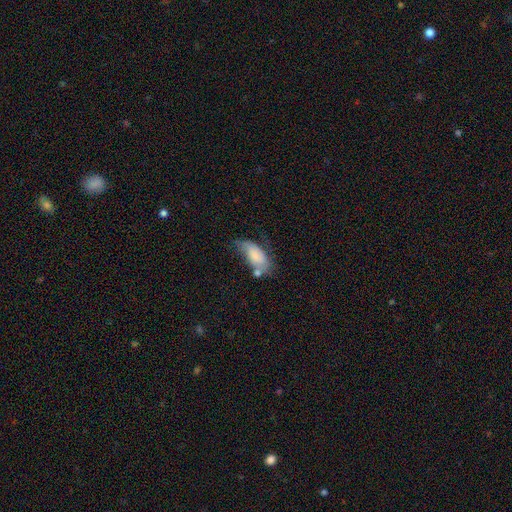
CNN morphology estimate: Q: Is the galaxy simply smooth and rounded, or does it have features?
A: smooth — 71%.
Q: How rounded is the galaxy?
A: in between — 90%.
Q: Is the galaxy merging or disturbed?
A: none — 34%.